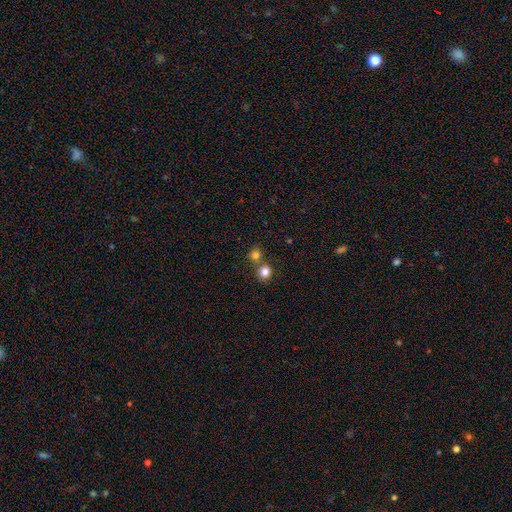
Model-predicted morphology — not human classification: smooth 80%, star or artifact 14%, featured or disk 6%. Down the decision tree: how rounded — round (89%); merging — none (59%).